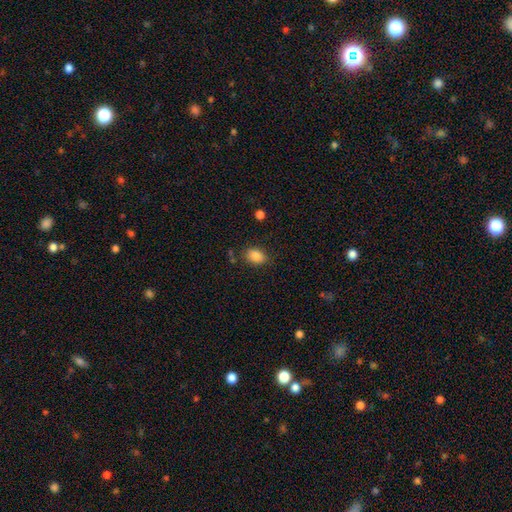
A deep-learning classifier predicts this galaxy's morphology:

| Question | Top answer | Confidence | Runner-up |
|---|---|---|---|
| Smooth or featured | smooth | 86% | star or artifact (9%) |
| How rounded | in between | 77% | round (22%) |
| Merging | none | 78% | minor disturbance (15%) |